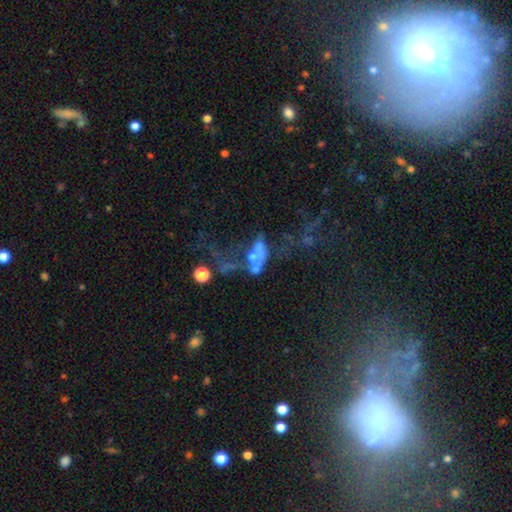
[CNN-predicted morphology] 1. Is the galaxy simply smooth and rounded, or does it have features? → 47% featured or disk, 33% smooth, 20% star or artifact.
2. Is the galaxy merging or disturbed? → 40% merger, 34% major disturbance, 16% none, 10% minor disturbance.